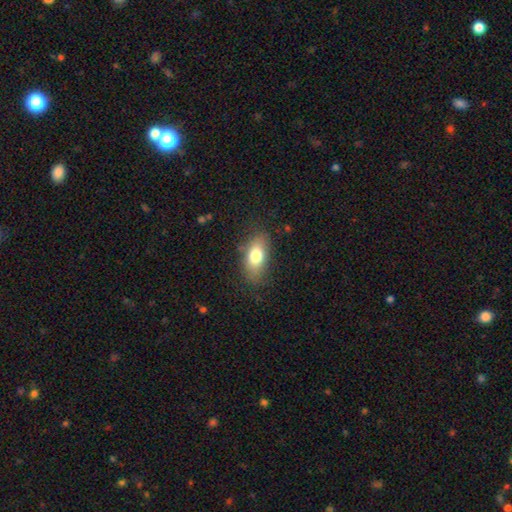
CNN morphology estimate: Smooth or featured? smooth (76%)
How rounded? in between (84%)
Merging? none (80%)